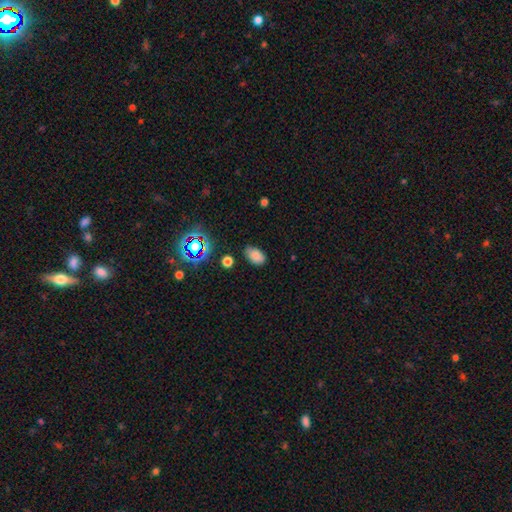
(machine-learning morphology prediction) This is likely a smooth galaxy (78%). How rounded: clearly in between (89%). Merging: likely none (73%).